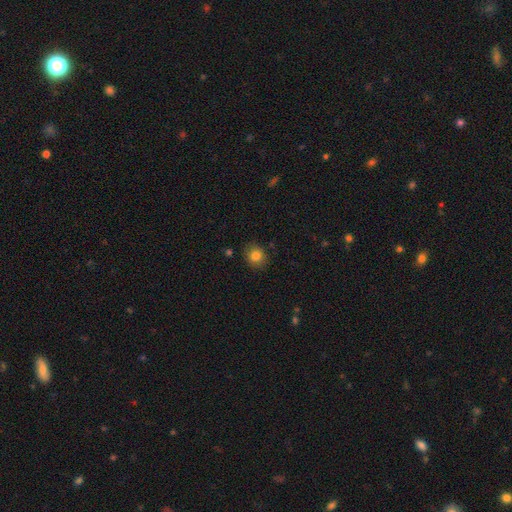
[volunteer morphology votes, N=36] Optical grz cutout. It shows a smooth galaxy with no disk features (86%) that is round (84%). Merging: none (89%).